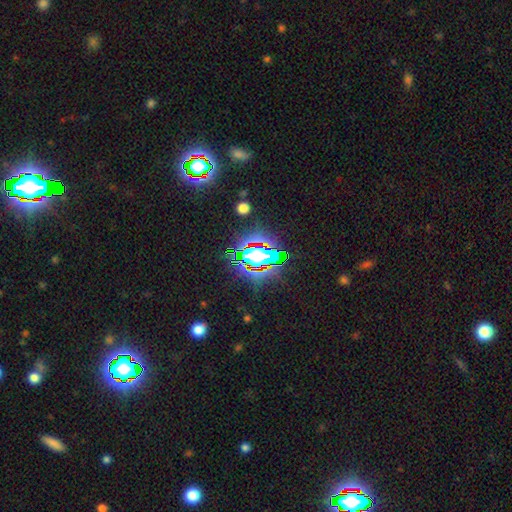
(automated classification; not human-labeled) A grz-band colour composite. It shows a star or artifact, not a galaxy (67%).